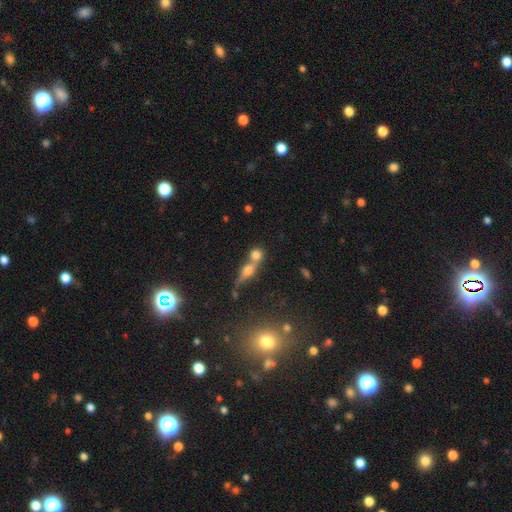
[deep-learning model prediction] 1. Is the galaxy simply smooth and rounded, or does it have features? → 56% smooth, 28% featured or disk, 16% star or artifact.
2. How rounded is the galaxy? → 59% round, 25% in between, 15% cigar-shaped.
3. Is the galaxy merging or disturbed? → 53% merger, 36% none, 7% minor disturbance, 4% major disturbance.